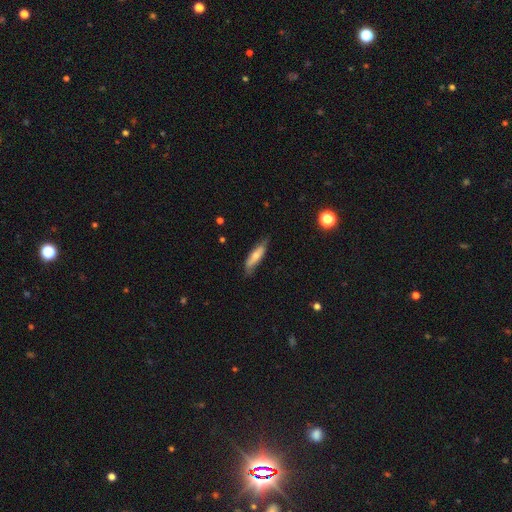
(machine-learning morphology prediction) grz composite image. It shows a smooth galaxy with no disk features (60%) that is cigar-shaped (70%). Merging: none (73%).